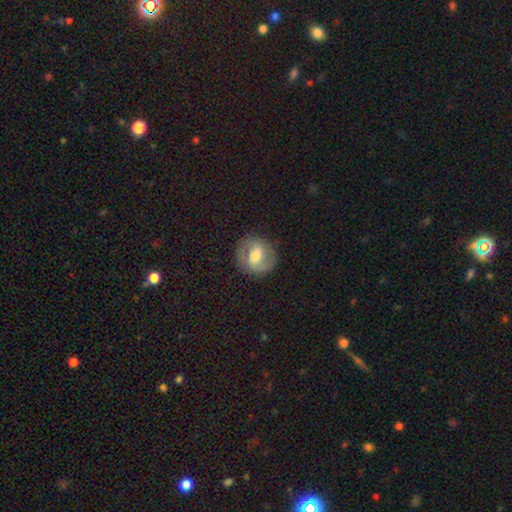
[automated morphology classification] A featured or disk galaxy (58%) with a weak bar (47%), spiral arms (75%) and a moderate central bulge (69%).

Vote fractions:
- Smooth or featured? featured or disk: 58% / smooth: 34% / star or artifact: 7%
- Edge-on disk? no: 96% / yes: 4%
- Bar? weak: 47% / strong: 31% / no: 21%
- Spiral arms? yes: 75% / no: 25%
- Bulge size? moderate: 69% / small: 18% / large: 10% / none: 1% / dominant: 1%
- Merging? none: 86% / minor disturbance: 10% / major disturbance: 4% / merger: 1%